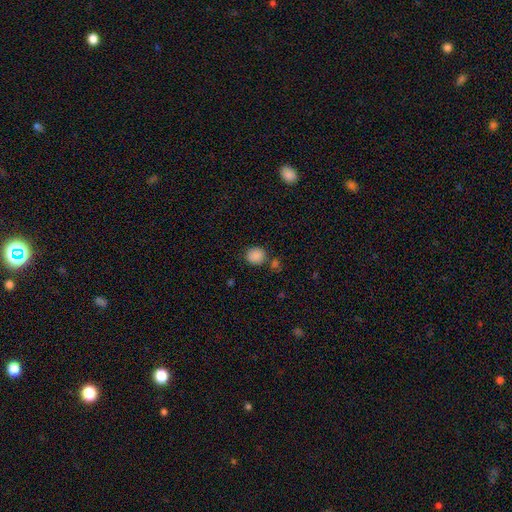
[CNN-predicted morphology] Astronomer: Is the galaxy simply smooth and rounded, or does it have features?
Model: smooth — 87%.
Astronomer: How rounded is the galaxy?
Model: round — 81%.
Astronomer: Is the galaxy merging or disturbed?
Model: none — 76%.